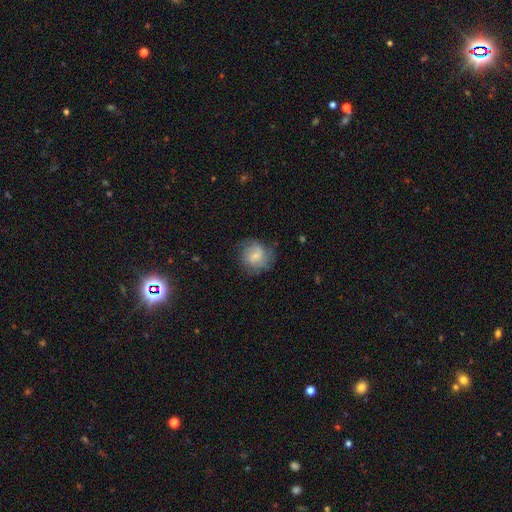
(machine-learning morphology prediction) Smooth or featured: smooth — 54% (featured or disk — 38%)
How rounded: round — 84% (in between — 15%)
Merging: none — 69% (minor disturbance — 20%)